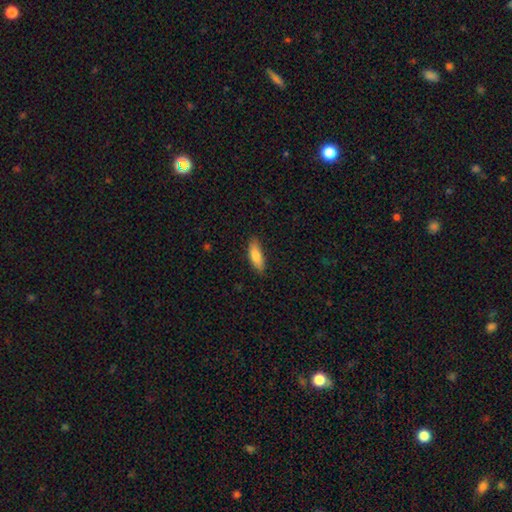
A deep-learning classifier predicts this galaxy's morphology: This appears to be a smooth galaxy with no disk features (81%) that is in between round and cigar-shaped (61%). Merging: none (82%).